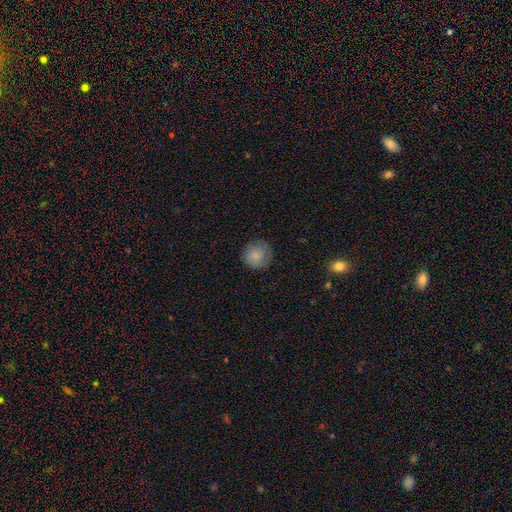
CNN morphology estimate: A smooth galaxy with no disk features (83%) that is round (93%).

Vote fractions:
- Smooth or featured? smooth: 83% / featured or disk: 10% / star or artifact: 8%
- How rounded? round: 93% / in between: 6% / cigar-shaped: 1%
- Merging? none: 80% / minor disturbance: 15% / major disturbance: 4% / merger: 1%